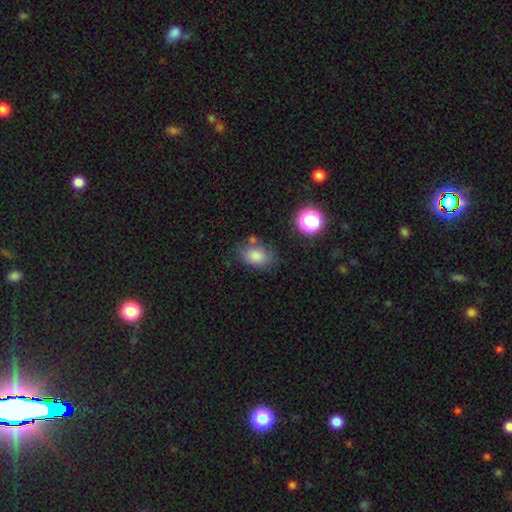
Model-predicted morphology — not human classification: Smooth or featured? smooth (82%)
How rounded? in between (77%)
Merging? none (70%)